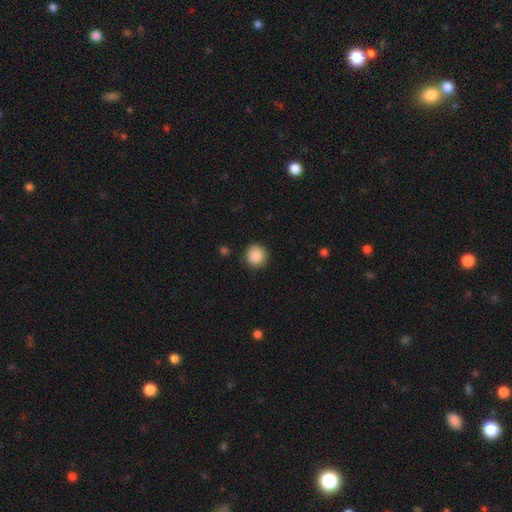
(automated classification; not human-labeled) smooth 89%, star or artifact 8%, featured or disk 3%. Down the decision tree: how rounded — round (94%); merging — none (89%).